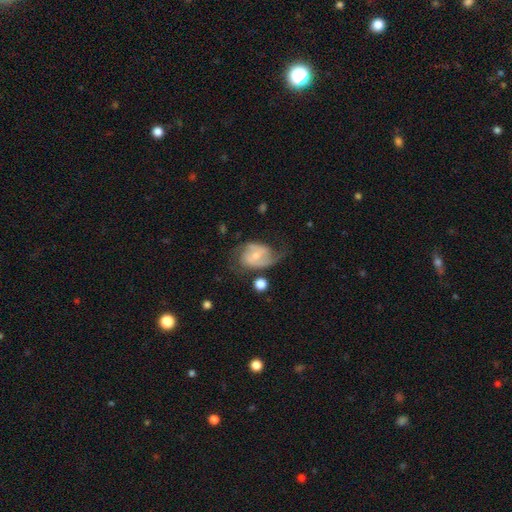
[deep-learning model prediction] This appears to be a featured or disk galaxy (74%) with a weak bar (45%), 2 (77%) medium (46%) spiral arms (90%) and a small central bulge (55%). Merging: none (49%).